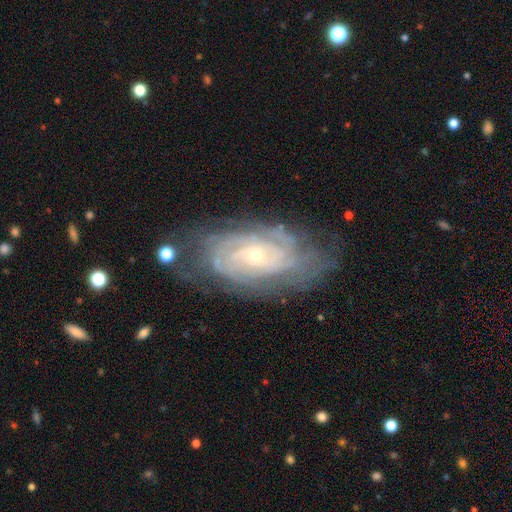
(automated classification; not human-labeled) Smooth or featured: featured or disk — 85% (smooth — 9%)
Edge-on disk: no — 94% (yes — 6%)
Bar: no — 71% (weak — 23%)
Spiral arms: yes — 94% (no — 6%)
Spiral winding: tight — 76% (medium — 20%)
Spiral arm count: can't tell — 44% (4 — 15%)
Bulge size: small — 74% (moderate — 22%)
Merging: none — 69% (minor disturbance — 20%)